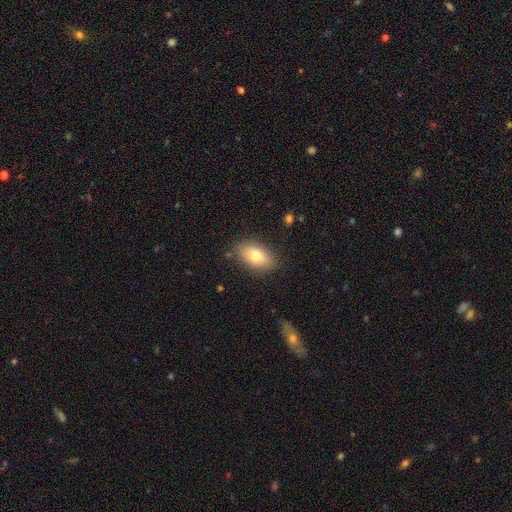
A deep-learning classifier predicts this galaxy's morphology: A smooth galaxy with no disk features (76%) that is in between round and cigar-shaped (89%). Merging: none (83%).